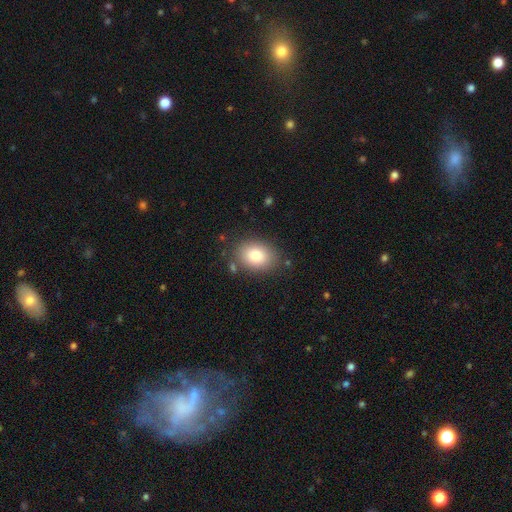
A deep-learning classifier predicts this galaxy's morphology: Smooth or featured?
  - smooth: 81% *
  - featured or disk: 10%
  - star or artifact: 9%
How rounded?
  - in between: 68% *
  - round: 31%
  - cigar-shaped: 1%
Merging?
  - none: 82% *
  - minor disturbance: 12%
  - major disturbance: 4%
  - merger: 3%